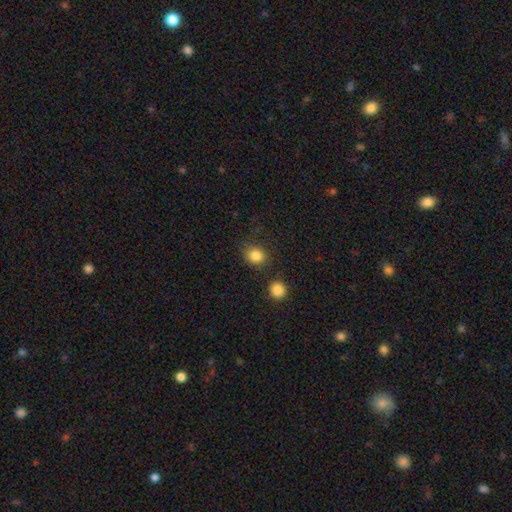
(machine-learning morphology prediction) type=smooth (84%); roundness=round (74%); merging=none (77%).